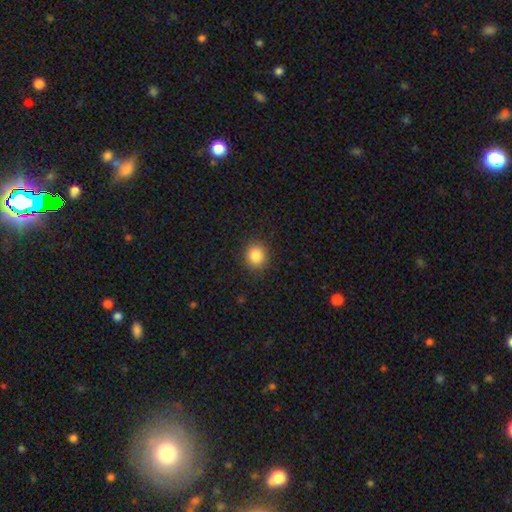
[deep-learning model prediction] Smooth or featured? Predicted: smooth (p=0.86). How rounded? Predicted: round (p=0.85). Merging? Predicted: none (p=0.89).